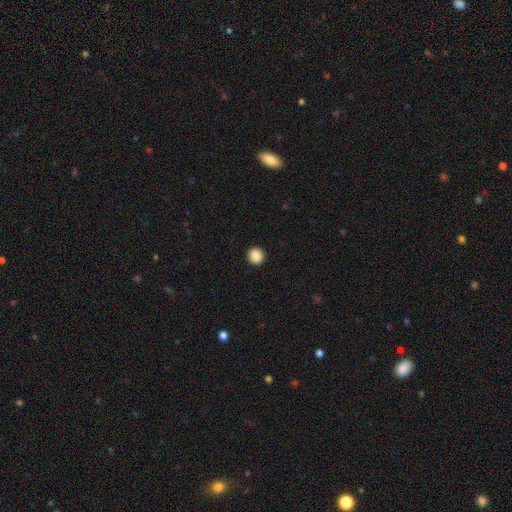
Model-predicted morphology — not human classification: type=smooth (88%); roundness=round (95%); merging=none (94%).